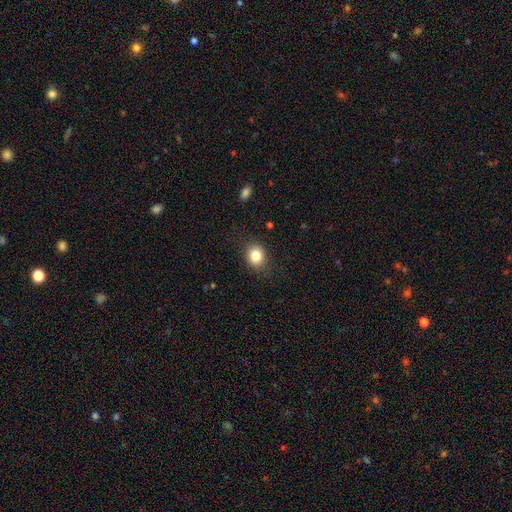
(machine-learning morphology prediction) smooth 83%, star or artifact 10%, featured or disk 7%. Down the decision tree: how rounded — round (55%); merging — none (85%).